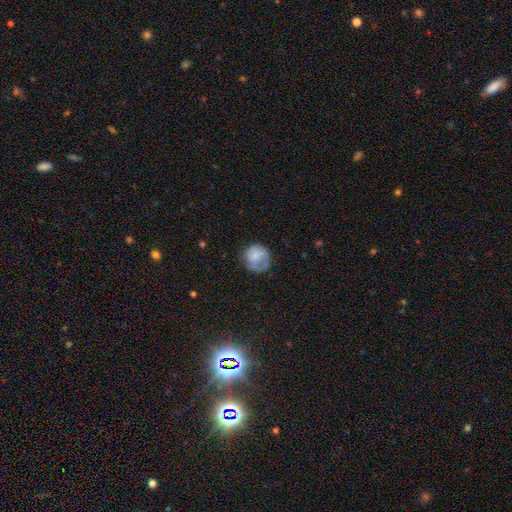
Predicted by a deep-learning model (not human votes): Smooth or featured? smooth (71%)
How rounded? round (81%)
Merging? none (49%)